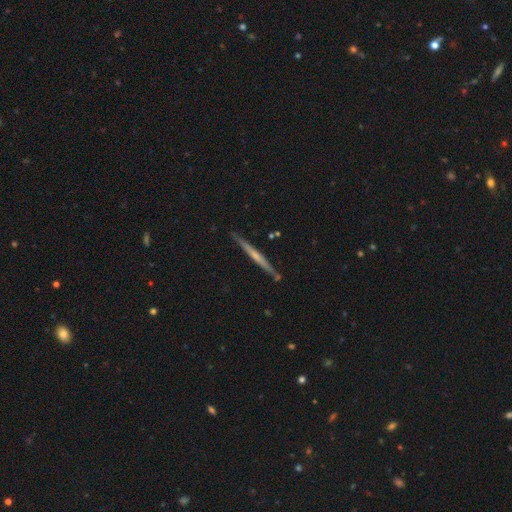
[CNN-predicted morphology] smooth-or-featured: featured or disk: 61% | smooth: 34% | star or artifact: 5%
  disk-edge-on: yes: 98% | no: 2%
    edge-on-bulge: none: 64% | rounded: 28% | boxy: 7%
  merging: none: 87% | minor disturbance: 9% | merger: 2% | major disturbance: 2%